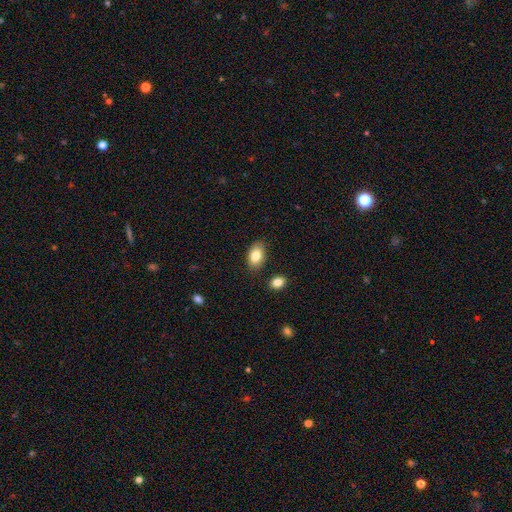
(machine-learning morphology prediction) This appears to be a smooth galaxy with no disk features (83%) that is in between round and cigar-shaped (91%). Merging: none (84%).